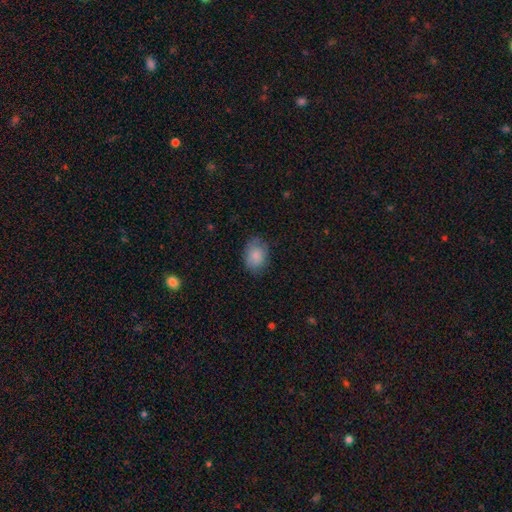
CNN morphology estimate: Overall: smooth (85%). How rounded: in between (73%). Merging: none (75%).